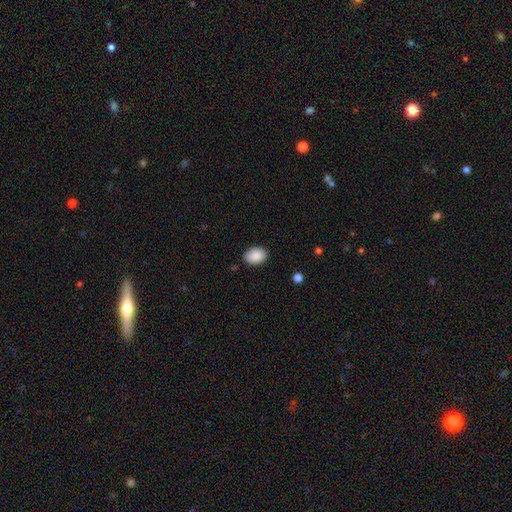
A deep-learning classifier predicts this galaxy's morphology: The model was most divided on "how rounded": in between: 80%, round: 19%, cigar-shaped: 1%. More confident: smooth or featured — smooth (89%); merging — none (87%).